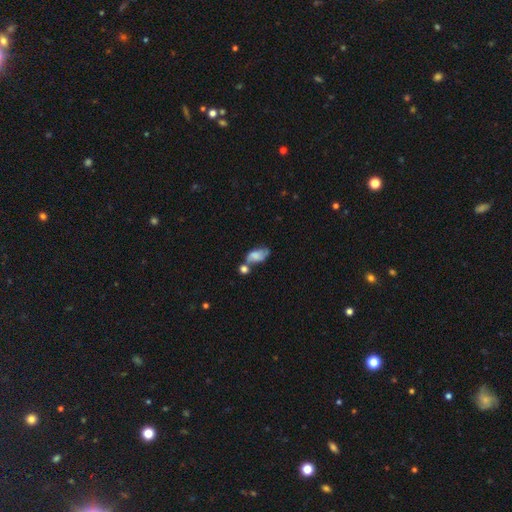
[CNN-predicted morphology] smooth_or_featured: smooth (p=0.56) [alt: featured or disk p=0.35]
how_rounded: in between (p=0.89) [alt: round p=0.06]
merging: merger (p=0.39) [alt: none p=0.30]